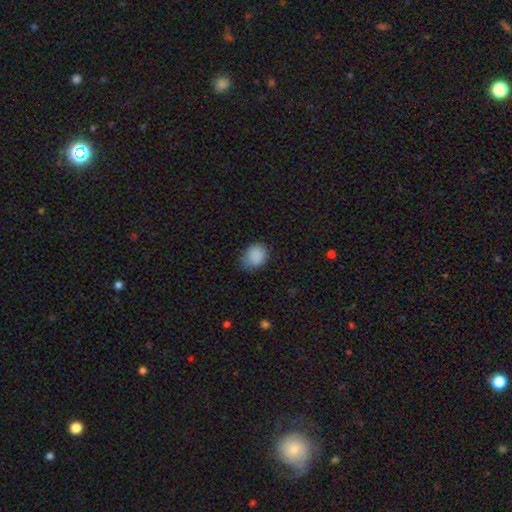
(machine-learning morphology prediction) Overall: smooth (88%). How rounded: in between (53%; round 46%). Merging: none (71%).